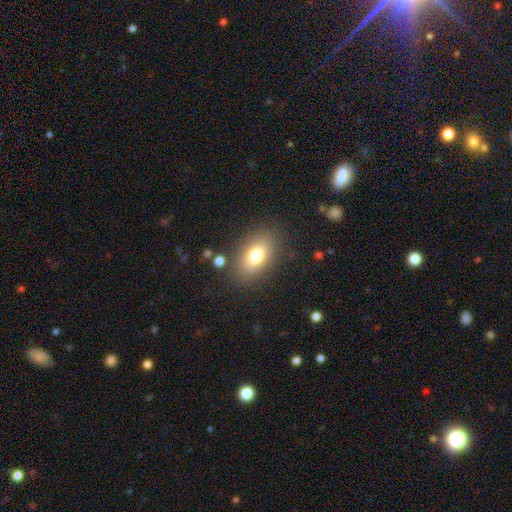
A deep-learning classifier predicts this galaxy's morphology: Smooth or featured?
  - smooth: 75% *
  - featured or disk: 15%
  - star or artifact: 10%
How rounded?
  - in between: 86% *
  - round: 11%
  - cigar-shaped: 3%
Merging?
  - none: 83% *
  - minor disturbance: 10%
  - major disturbance: 4%
  - merger: 2%